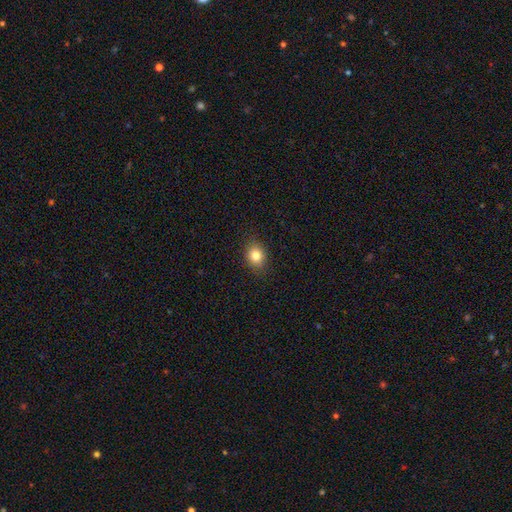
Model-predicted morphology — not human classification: A smooth galaxy with no disk features (81%) that is round (58%).

Vote fractions:
- Smooth or featured? smooth: 81% / star or artifact: 11% / featured or disk: 8%
- How rounded? round: 58% / in between: 41% / cigar-shaped: 1%
- Merging? none: 87% / minor disturbance: 9% / major disturbance: 2% / merger: 1%